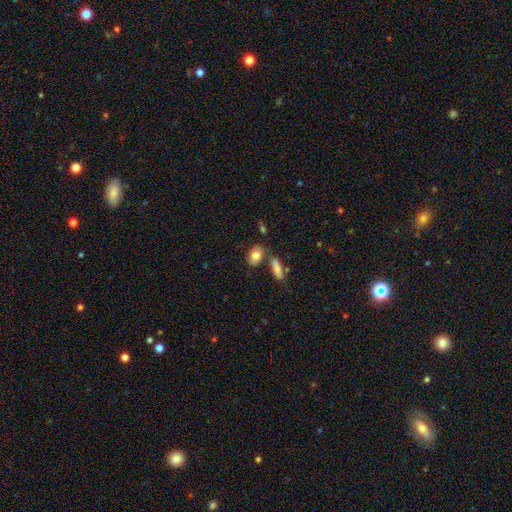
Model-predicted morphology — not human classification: Q: Smooth or featured?
A: smooth (80%); runner-up: featured or disk (12%)
Q: How rounded?
A: in between (82%); runner-up: round (13%)
Q: Merging?
A: none (66%); runner-up: merger (16%)